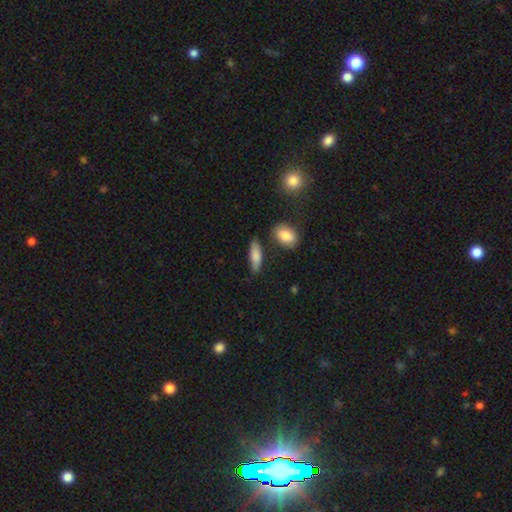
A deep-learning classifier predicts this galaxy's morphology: Smooth or featured: smooth — 80% (featured or disk — 13%)
How rounded: in between — 54% (cigar-shaped — 42%)
Merging: none — 73% (minor disturbance — 17%)